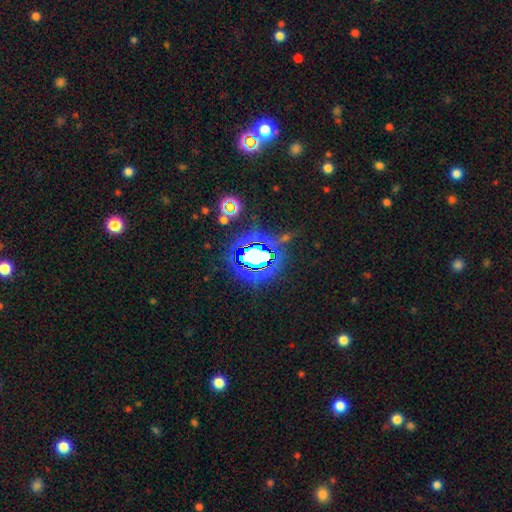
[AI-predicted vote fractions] star or artifact 81%, smooth 11%, featured or disk 8%.